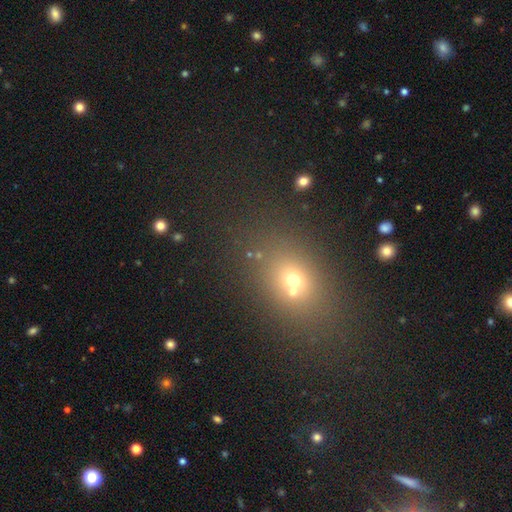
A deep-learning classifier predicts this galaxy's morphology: type=smooth (50%); roundness=in between (57%); merging=none (72%).